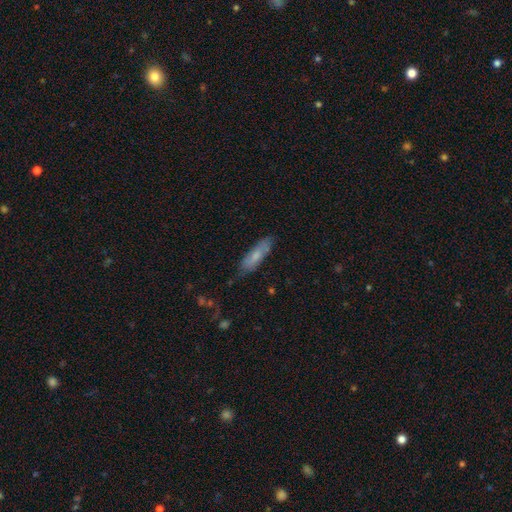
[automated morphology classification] Q: Smooth or featured?
A: smooth (68%); runner-up: featured or disk (26%)
Q: How rounded?
A: cigar-shaped (61%); runner-up: in between (37%)
Q: Merging?
A: none (76%); runner-up: minor disturbance (18%)